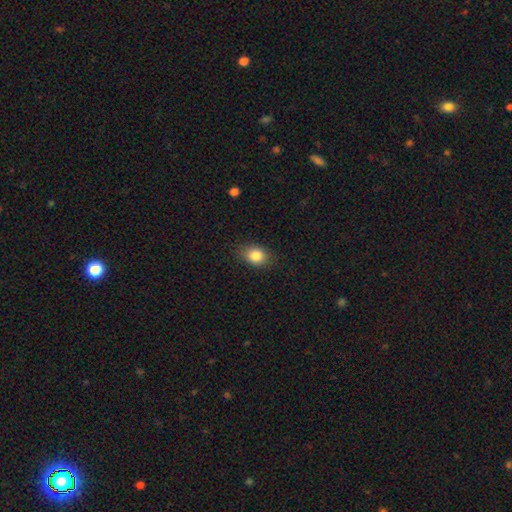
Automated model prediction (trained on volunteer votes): Smooth or featured: smooth — 84% (star or artifact — 9%)
How rounded: in between — 62% (round — 37%)
Merging: none — 85% (minor disturbance — 12%)